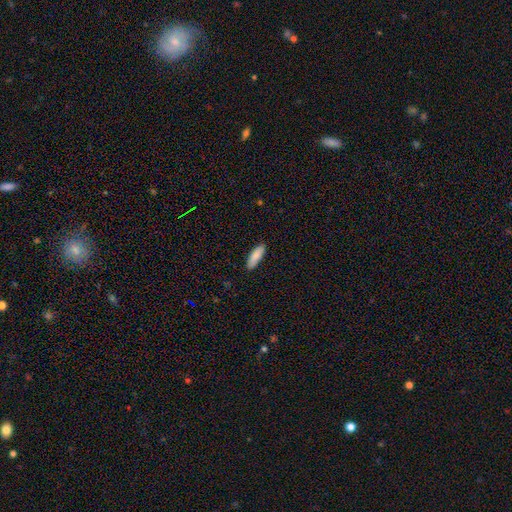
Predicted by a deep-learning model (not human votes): Smooth or featured? Predicted: smooth (p=0.88). How rounded? Predicted: cigar-shaped (p=0.51). Merging? Predicted: none (p=0.88).